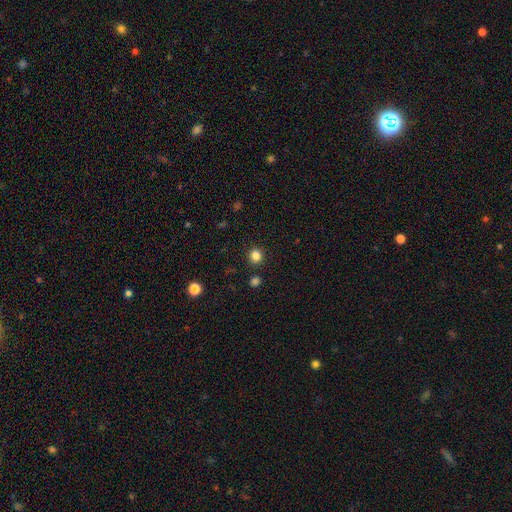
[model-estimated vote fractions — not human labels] Smooth or featured: smooth — 83% (star or artifact — 13%)
How rounded: round — 85% (in between — 14%)
Merging: none — 89% (minor disturbance — 6%)